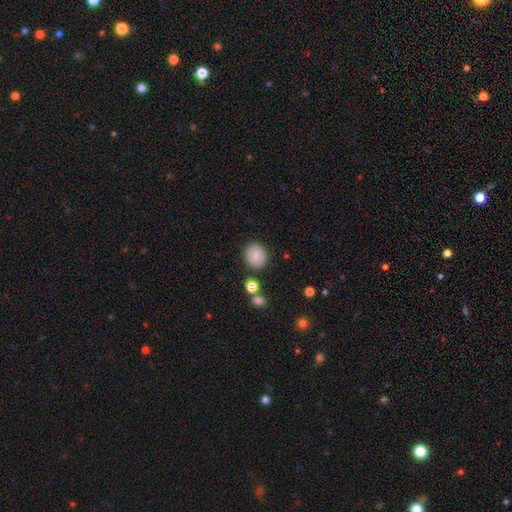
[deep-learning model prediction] Q: Smooth or featured?
A: smooth (83%); runner-up: star or artifact (9%)
Q: How rounded?
A: round (70%); runner-up: in between (29%)
Q: Merging?
A: none (85%); runner-up: minor disturbance (9%)